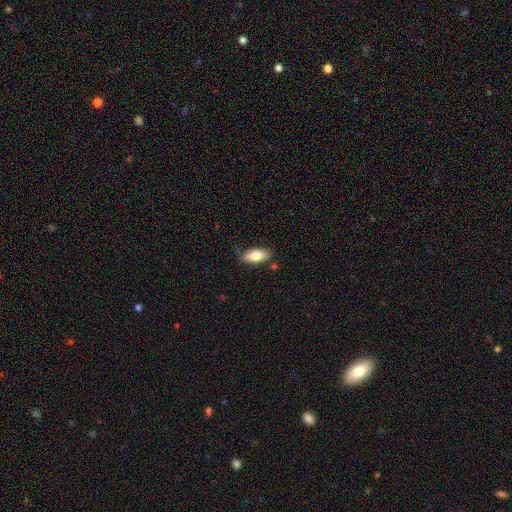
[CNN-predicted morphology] Q: Smooth or featured?
A: smooth (78%); runner-up: featured or disk (15%)
Q: How rounded?
A: in between (86%); runner-up: cigar-shaped (11%)
Q: Merging?
A: none (77%); runner-up: minor disturbance (17%)